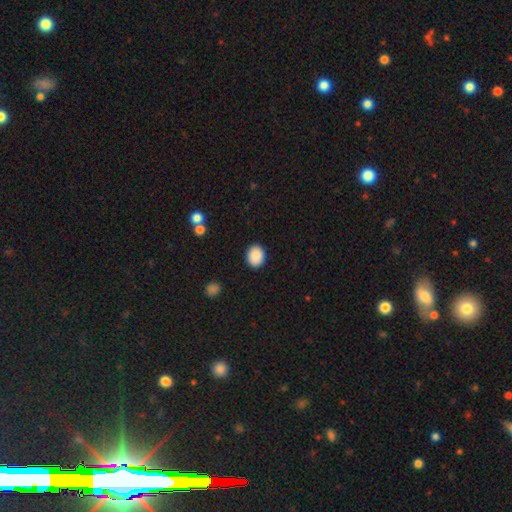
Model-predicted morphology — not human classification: A smooth galaxy with no disk features (89%) that is round (53%).

Vote fractions:
- Smooth or featured? smooth: 89% / star or artifact: 8% / featured or disk: 4%
- How rounded? round: 53% / in between: 46% / cigar-shaped: 1%
- Merging? none: 89% / minor disturbance: 8% / major disturbance: 2% / merger: 1%